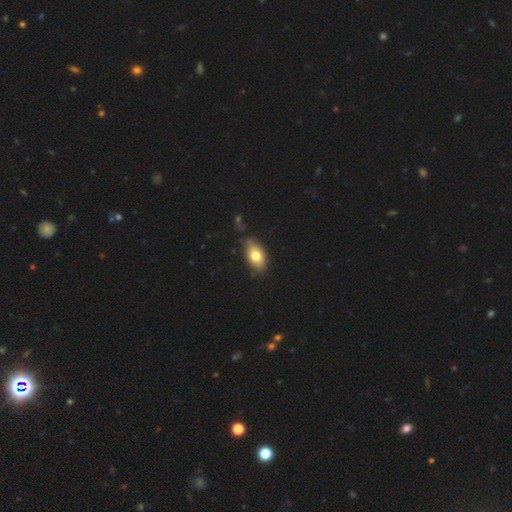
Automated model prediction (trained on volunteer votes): smooth-or-featured: smooth: 77% | featured or disk: 15% | star or artifact: 7%
  how-rounded: in between: 90% | round: 7% | cigar-shaped: 3%
  merging: none: 70% | minor disturbance: 23% | major disturbance: 4% | merger: 3%